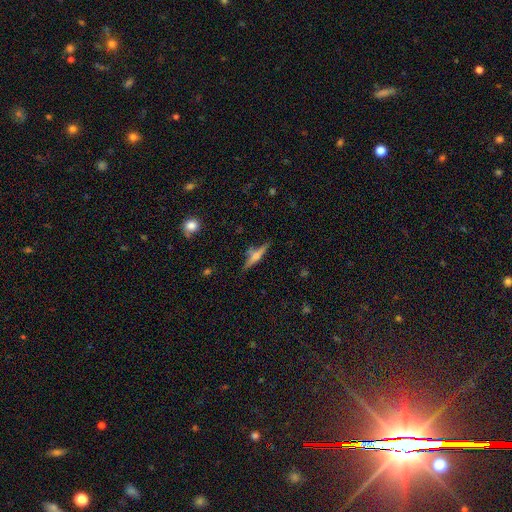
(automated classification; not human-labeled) This is possibly a featured or disk galaxy (58%). It is clearly viewed edge-on (95%). Edge-on bulge: clearly rounded (83%). Merging: likely none (76%).